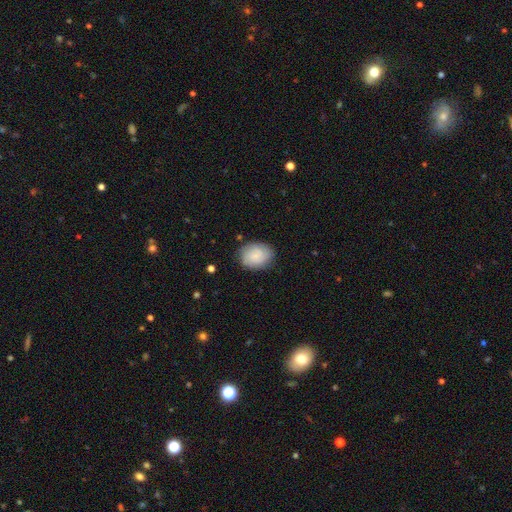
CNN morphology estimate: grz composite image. It shows a smooth galaxy with no disk features (63%) that is in between round and cigar-shaped (57%). Merging: none (80%).